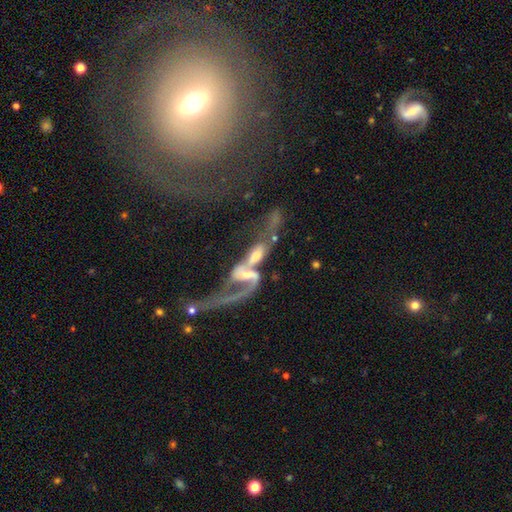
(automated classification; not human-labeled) Q: Smooth or featured?
A: featured or disk (71%); runner-up: smooth (20%)
Q: Edge-on disk?
A: no (91%); runner-up: yes (9%)
Q: Bar?
A: no (46%); runner-up: weak (34%)
Q: Spiral arms?
A: yes (76%); runner-up: no (24%)
Q: Bulge size?
A: moderate (39%); runner-up: small (29%)
Q: Merging?
A: merger (73%); runner-up: major disturbance (15%)